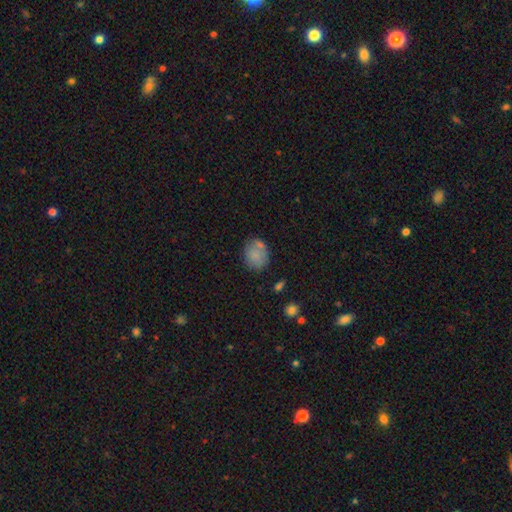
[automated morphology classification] The model was most divided on "how rounded": round: 59%, in between: 40%, cigar-shaped: 1%. More confident: smooth or featured — smooth (77%); merging — none (61%).